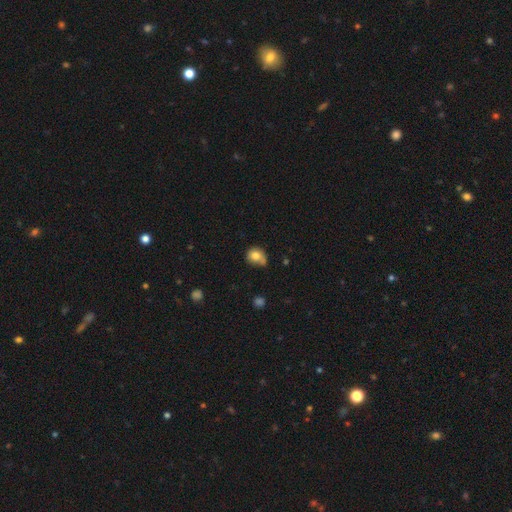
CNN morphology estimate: Smooth or featured? Predicted: smooth (p=0.78). How rounded? Predicted: round (p=0.70). Merging? Predicted: none (p=0.47).